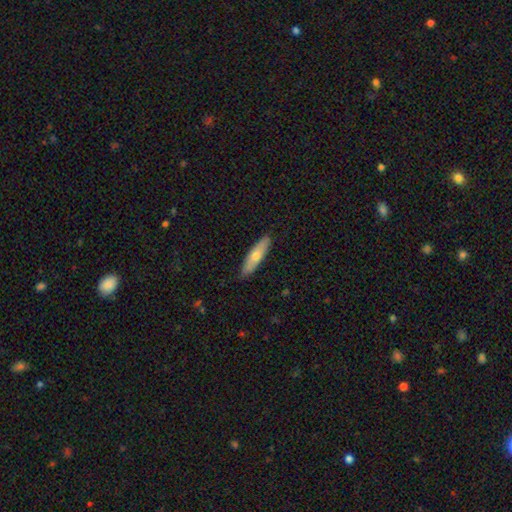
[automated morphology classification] This is likely a smooth galaxy (62%). How rounded: likely cigar-shaped (68%). Merging: clearly none (86%).